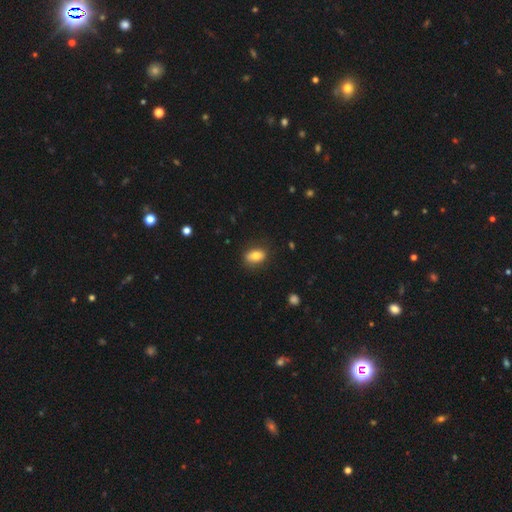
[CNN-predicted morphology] Overall: smooth (77%). How rounded: in between (82%). Merging: none (81%).